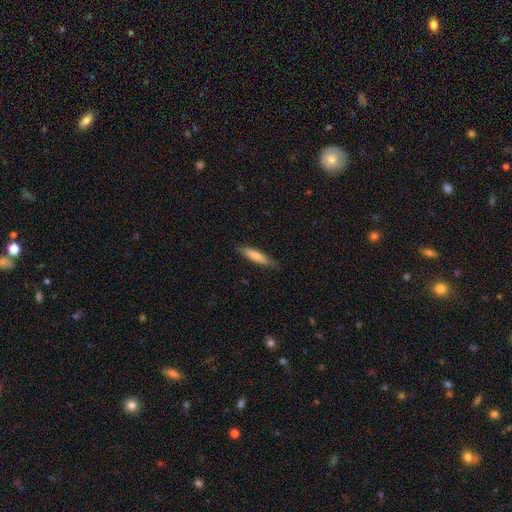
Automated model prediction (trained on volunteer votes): Smooth or featured? Predicted: smooth (p=0.75). How rounded? Predicted: cigar-shaped (p=0.81). Merging? Predicted: none (p=0.82).